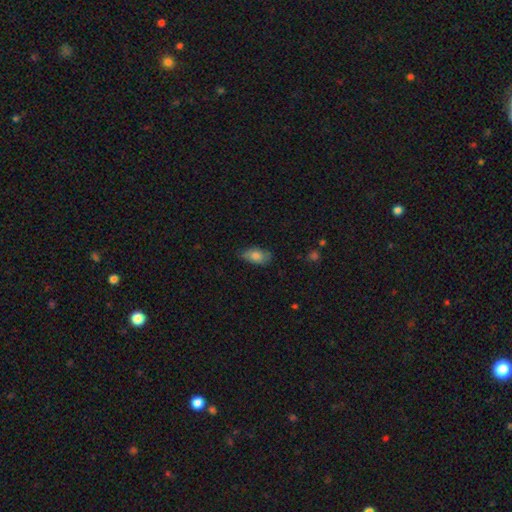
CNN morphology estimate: The model was most divided on "merging": none: 71%, minor disturbance: 23%, major disturbance: 5%, merger: 1%. More confident: how rounded — in between (91%); smooth or featured — smooth (82%).